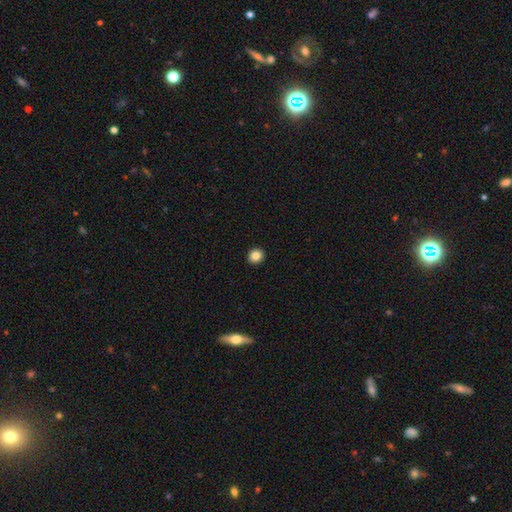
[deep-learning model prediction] Smooth or featured: smooth — 85% (star or artifact — 10%)
How rounded: round — 85% (in between — 14%)
Merging: none — 93% (minor disturbance — 4%)